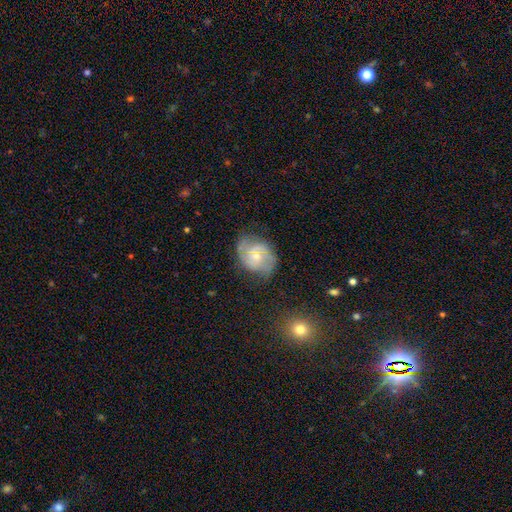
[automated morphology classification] type=featured or disk (56%); edge-on=no (97%); bar=no (63%); spiral arms=yes (74%); bulge=small (47%); merging=none (57%).